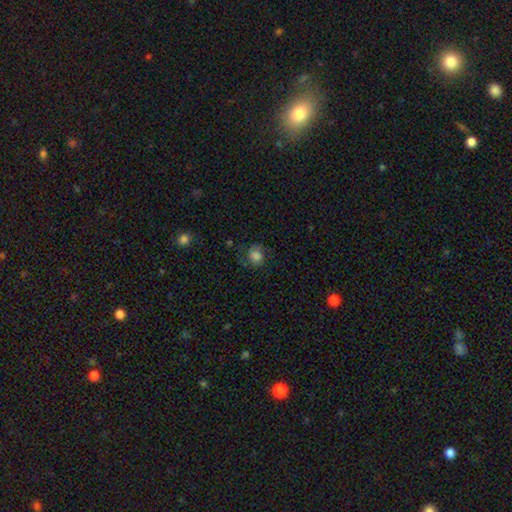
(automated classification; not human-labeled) This is likely a smooth galaxy (64%). How rounded: likely round (62%). Merging: possibly none (58%).